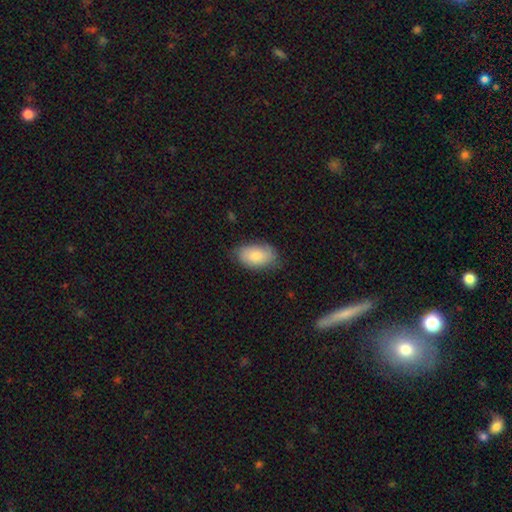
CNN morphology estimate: smooth_or_featured: smooth (p=0.80) [alt: featured or disk p=0.14]
how_rounded: in between (p=0.93) [alt: round p=0.05]
merging: none (p=0.73) [alt: minor disturbance p=0.21]